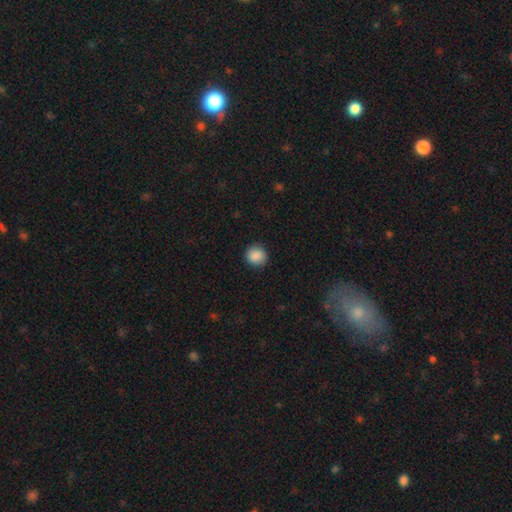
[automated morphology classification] type=smooth (89%); roundness=round (90%); merging=none (89%).